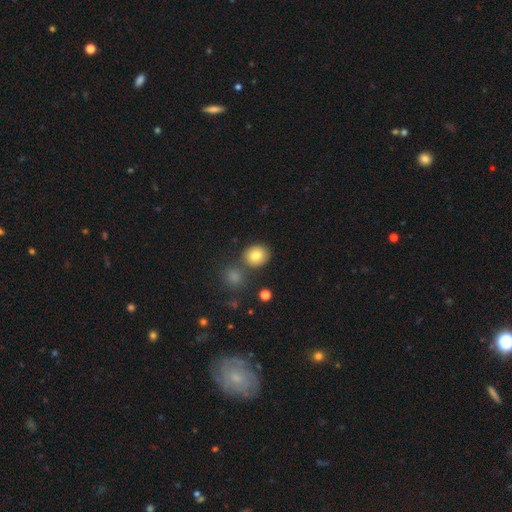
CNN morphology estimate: Smooth or featured? smooth (81%)
How rounded? round (76%)
Merging? none (73%)